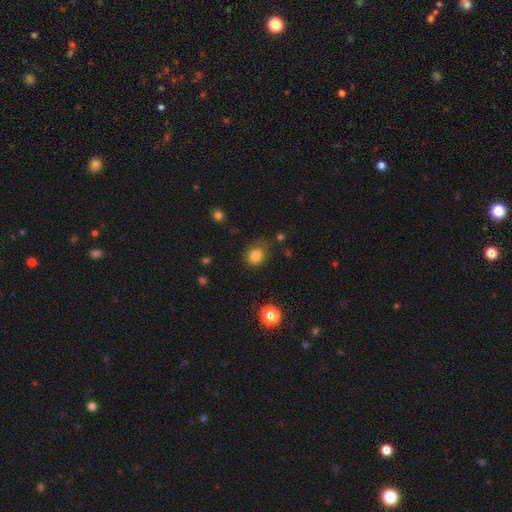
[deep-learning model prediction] Overall: smooth (82%). How rounded: round (68%; in between 31%). Merging: none (70%).